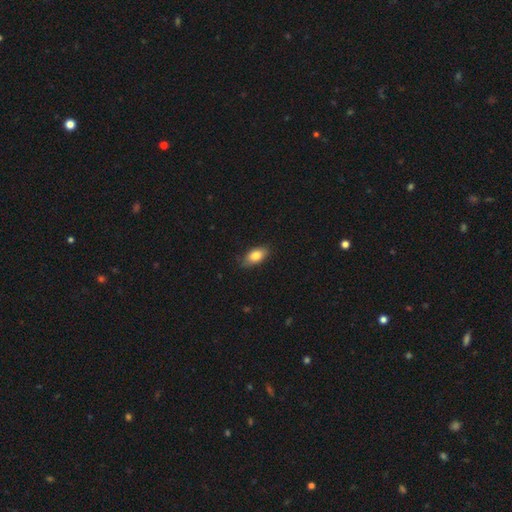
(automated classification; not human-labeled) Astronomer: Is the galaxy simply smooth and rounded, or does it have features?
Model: smooth — 82%.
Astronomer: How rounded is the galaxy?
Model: in between — 89%.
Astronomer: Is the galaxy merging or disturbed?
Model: none — 81%.